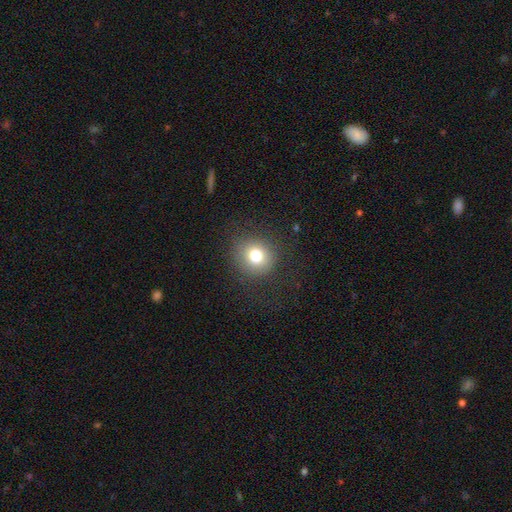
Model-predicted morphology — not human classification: smooth 75%, star or artifact 14%, featured or disk 11%. Down the decision tree: how rounded — round (89%); merging — none (87%).